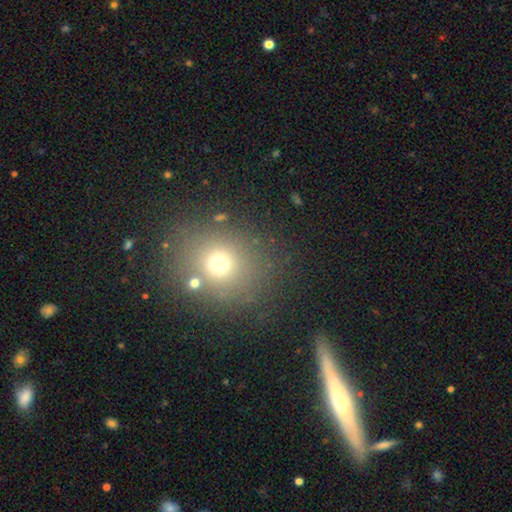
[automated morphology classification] The model was most divided on "smooth or featured": smooth: 61%, star or artifact: 23%, featured or disk: 17%. More confident: how rounded — round (79%); merging — none (79%).